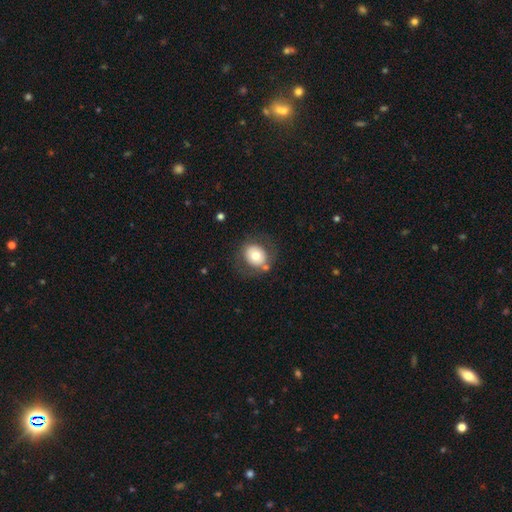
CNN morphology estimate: The model was most divided on "how rounded": round: 66%, in between: 33%, cigar-shaped: 1%. More confident: merging — none (73%); smooth or featured — smooth (67%).